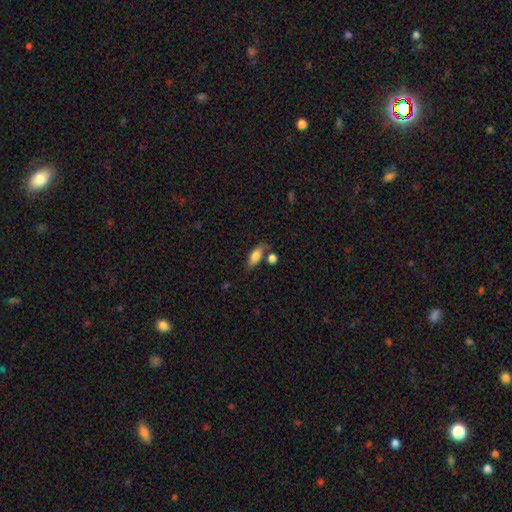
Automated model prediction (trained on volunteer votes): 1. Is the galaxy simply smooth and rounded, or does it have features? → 77% smooth, 16% featured or disk, 8% star or artifact.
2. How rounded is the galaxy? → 80% in between, 15% cigar-shaped, 5% round.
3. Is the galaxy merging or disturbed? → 58% none, 19% minor disturbance, 17% merger, 7% major disturbance.